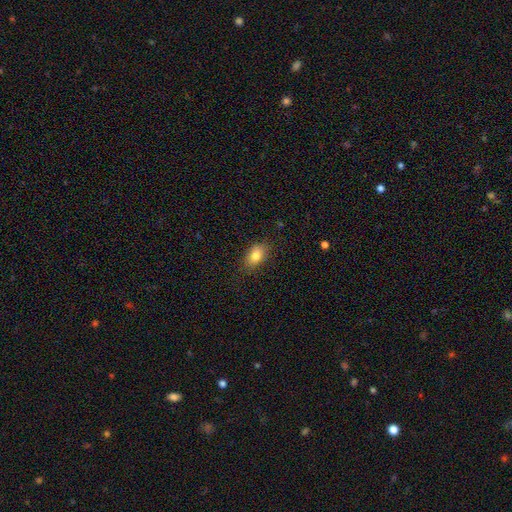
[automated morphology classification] A smooth galaxy with no disk features (81%) that is in between round and cigar-shaped (85%).

Vote fractions:
- Smooth or featured? smooth: 81% / featured or disk: 10% / star or artifact: 9%
- How rounded? in between: 85% / round: 13% / cigar-shaped: 2%
- Merging? none: 83% / minor disturbance: 13% / major disturbance: 3% / merger: 1%